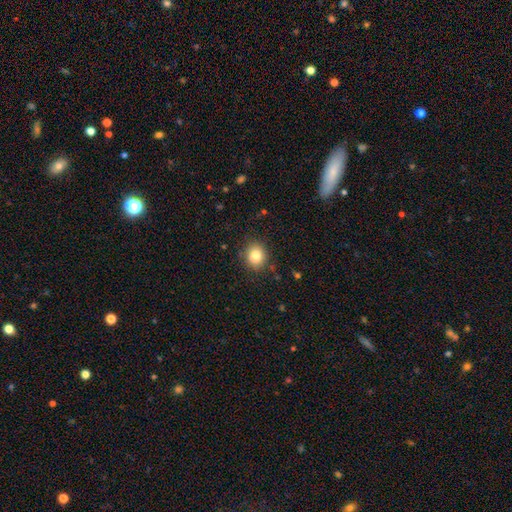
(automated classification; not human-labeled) Smooth or featured?
  - smooth: 82% *
  - star or artifact: 10%
  - featured or disk: 7%
How rounded?
  - round: 73% *
  - in between: 26%
  - cigar-shaped: 1%
Merging?
  - none: 87% *
  - minor disturbance: 9%
  - major disturbance: 3%
  - merger: 1%